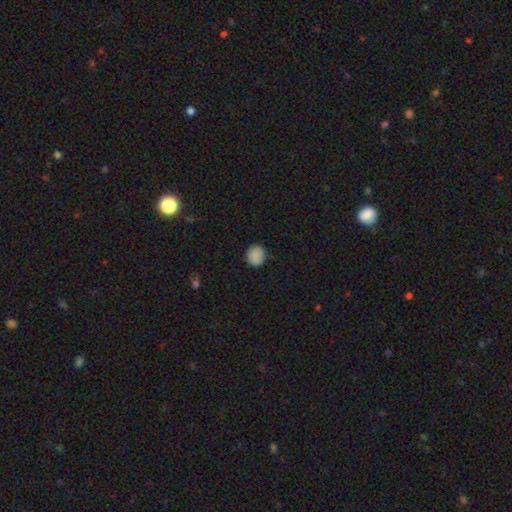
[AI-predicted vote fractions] smooth_or_featured: smooth (p=0.87) [alt: star or artifact p=0.09]
how_rounded: round (p=0.81) [alt: in between p=0.18]
merging: none (p=0.85) [alt: minor disturbance p=0.12]